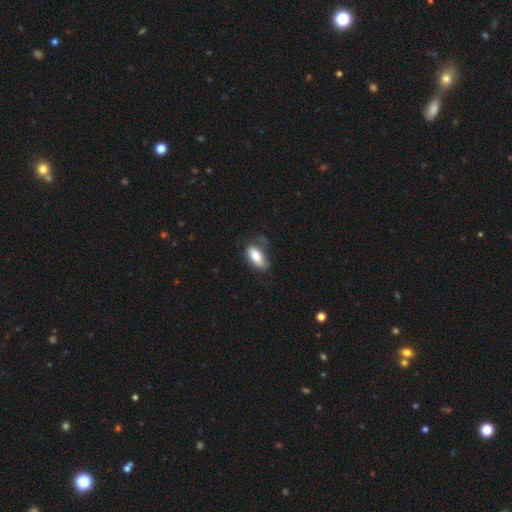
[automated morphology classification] Smooth or featured: smooth — 76% (featured or disk — 17%)
How rounded: in between — 88% (cigar-shaped — 8%)
Merging: none — 52% (minor disturbance — 32%)